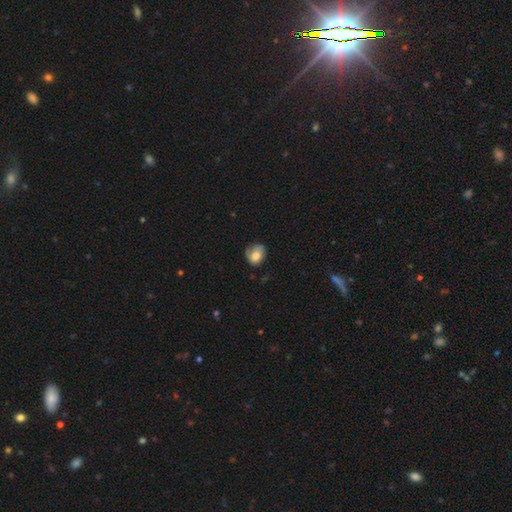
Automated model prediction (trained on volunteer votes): Smooth or featured? smooth (69%)
How rounded? round (54%)
Merging? none (49%)